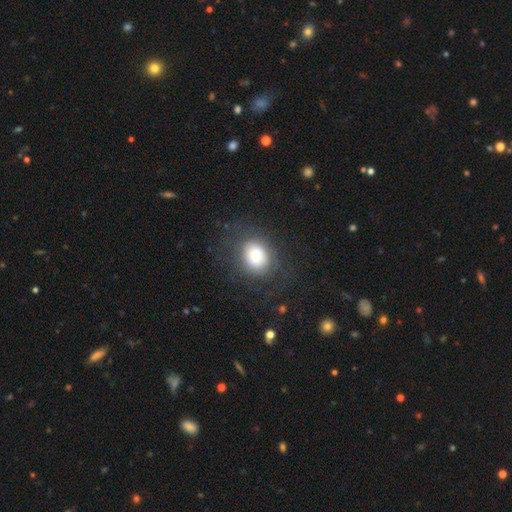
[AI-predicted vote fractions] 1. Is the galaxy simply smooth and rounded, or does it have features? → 73% smooth, 17% featured or disk, 10% star or artifact.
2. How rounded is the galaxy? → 54% round, 45% in between, 1% cigar-shaped.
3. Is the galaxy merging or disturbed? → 69% none, 16% minor disturbance, 14% major disturbance, 2% merger.